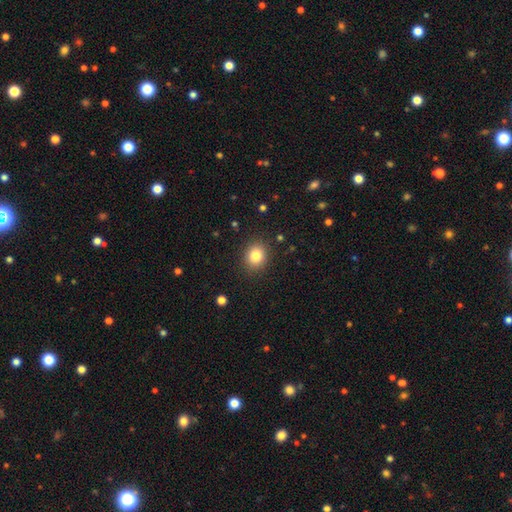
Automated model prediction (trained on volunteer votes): Morphology: type=smooth (83%); roundness=round (70%); merging=none (89%).